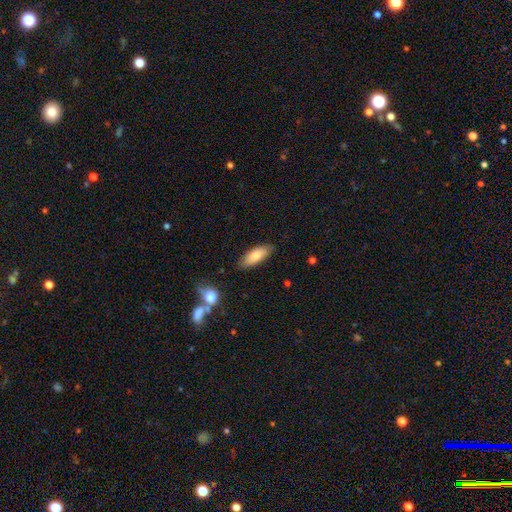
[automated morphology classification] type=smooth (82%); roundness=in between (76%); merging=none (81%).